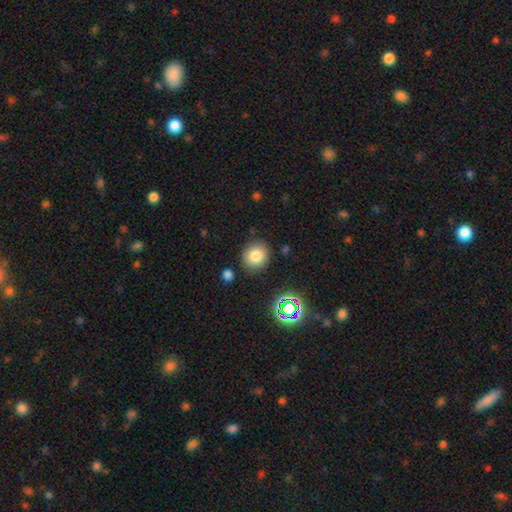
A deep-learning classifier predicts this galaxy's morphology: This appears to be a smooth galaxy with no disk features (80%) that is round (86%). Merging: none (87%).